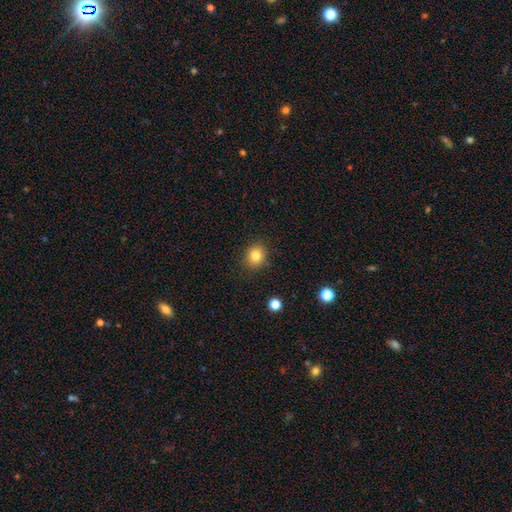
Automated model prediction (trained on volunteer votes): The model was most divided on "how rounded": round: 79%, in between: 20%, cigar-shaped: 1%. More confident: merging — none (87%); smooth or featured — smooth (82%).